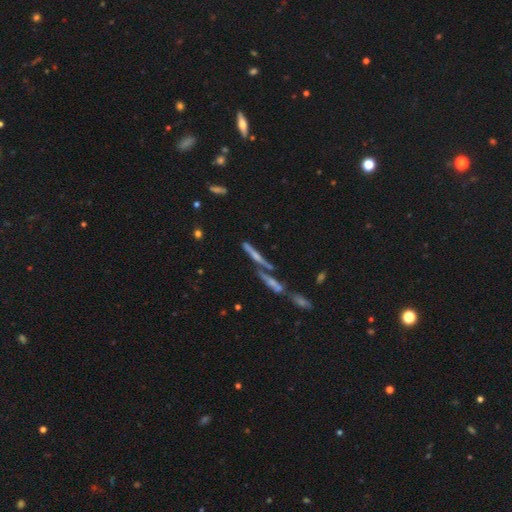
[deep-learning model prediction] smooth_or_featured: featured or disk (p=0.55) [alt: smooth p=0.24]
disk_edge_on: yes (p=0.81) [alt: no p=0.19]
merging: none (p=0.45) [alt: merger p=0.36]